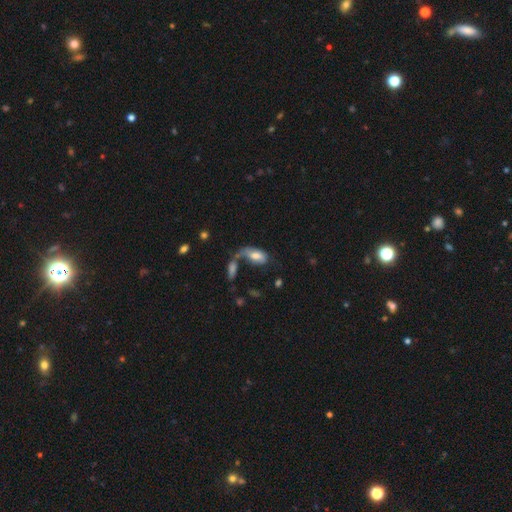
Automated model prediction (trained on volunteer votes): smooth 68%, featured or disk 24%, star or artifact 8%. Down the decision tree: how rounded — in between (90%); merging — merger (40%).